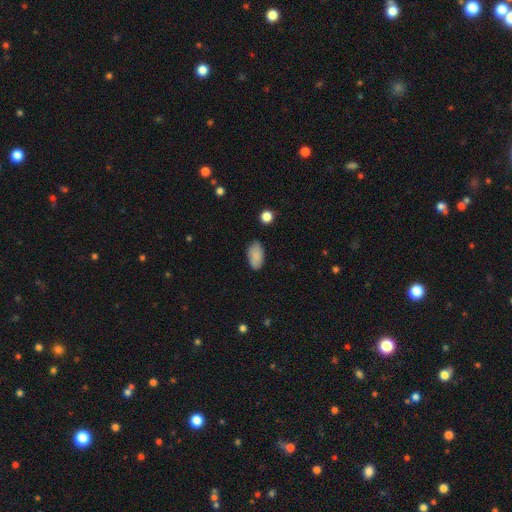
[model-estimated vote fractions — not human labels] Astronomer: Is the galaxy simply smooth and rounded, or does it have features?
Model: smooth — 87%.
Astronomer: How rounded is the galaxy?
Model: in between — 94%.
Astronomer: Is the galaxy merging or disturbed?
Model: none — 82%.